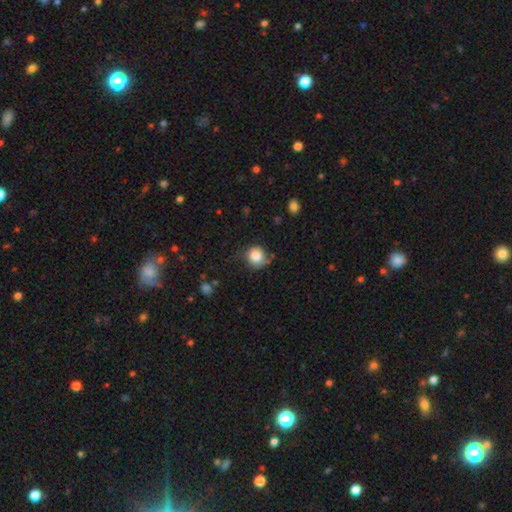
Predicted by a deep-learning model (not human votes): smooth_or_featured: smooth (p=0.84) [alt: star or artifact p=0.10]
how_rounded: round (p=0.88) [alt: in between p=0.11]
merging: none (p=0.69) [alt: minor disturbance p=0.21]